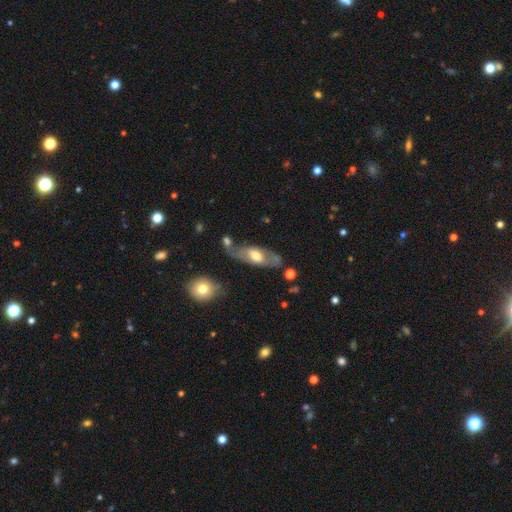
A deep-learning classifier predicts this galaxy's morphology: smooth_or_featured: featured or disk (p=0.53) [alt: smooth p=0.41]
disk_edge_on: no (p=0.72) [alt: yes p=0.28]
merging: none (p=0.57) [alt: minor disturbance p=0.22]